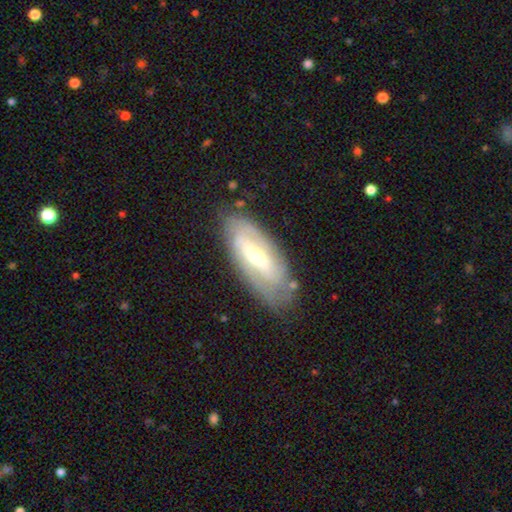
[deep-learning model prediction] Smooth or featured? featured or disk (75%)
Edge-on disk? no (85%)
Bar? strong (49%)
Spiral arms? yes (74%)
Bulge size? moderate (51%)
Merging? none (77%)